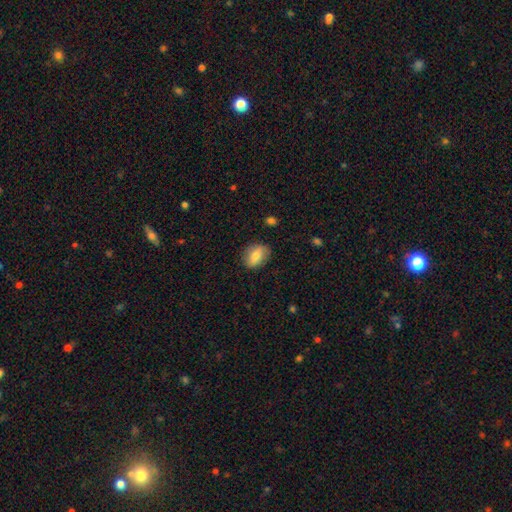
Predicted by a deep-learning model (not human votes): Overall: smooth (73%). How rounded: in between (75%). Merging: none (83%).